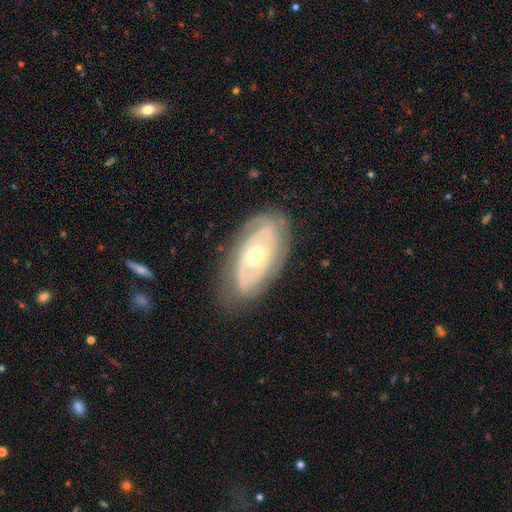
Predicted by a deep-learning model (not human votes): Smooth or featured?
  - featured or disk: 78% *
  - smooth: 16%
  - star or artifact: 6%
Edge-on disk?
  - no: 92% *
  - yes: 8%
Bar?
  - no: 63% *
  - weak: 26%
  - strong: 10%
Spiral arms?
  - yes: 80% *
  - no: 20%
Spiral winding?
  - tight: 64% *
  - medium: 27%
  - loose: 9%
Spiral arm count?
  - 2: 41% *
  - can't tell: 40%
  - 3: 9%
  - 1: 5%
  - 4: 3%
  - more than 4: 3%
Bulge size?
  - moderate: 52% *
  - small: 44%
  - large: 2%
  - none: 1%
  - dominant: 1%
Merging?
  - none: 76% *
  - minor disturbance: 17%
  - major disturbance: 5%
  - merger: 1%